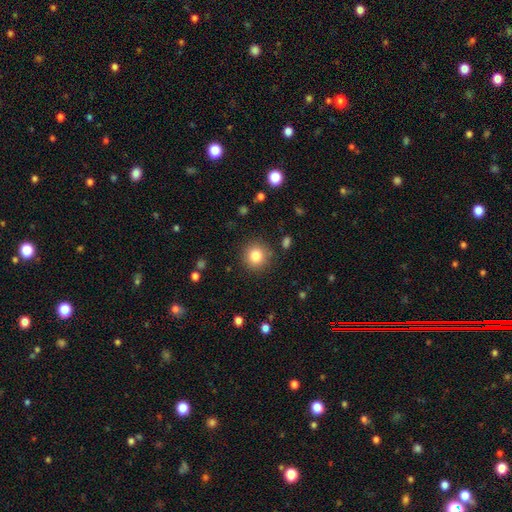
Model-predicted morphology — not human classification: Smooth or featured?
  - smooth: 83% *
  - star or artifact: 11%
  - featured or disk: 7%
How rounded?
  - round: 93% *
  - in between: 6%
  - cigar-shaped: 1%
Merging?
  - none: 88% *
  - minor disturbance: 7%
  - major disturbance: 3%
  - merger: 2%